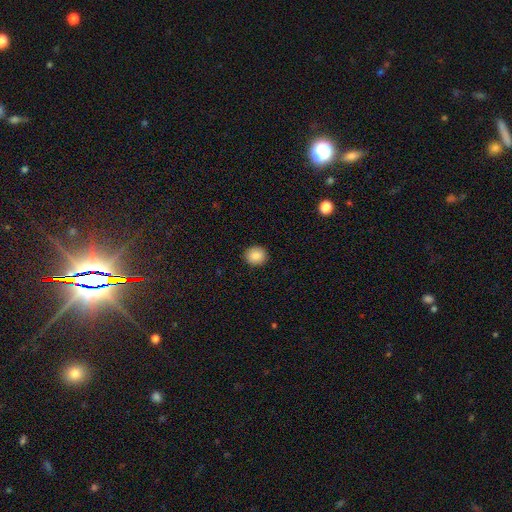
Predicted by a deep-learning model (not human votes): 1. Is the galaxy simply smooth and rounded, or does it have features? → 88% smooth, 8% star or artifact, 3% featured or disk.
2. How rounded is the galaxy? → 85% round, 14% in between, 1% cigar-shaped.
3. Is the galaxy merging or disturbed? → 92% none, 6% minor disturbance, 2% major disturbance, 1% merger.